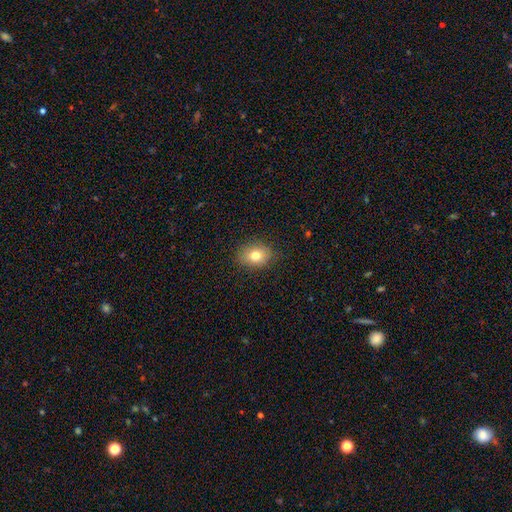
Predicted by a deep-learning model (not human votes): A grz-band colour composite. It shows a smooth galaxy with no disk features (78%) that is in between round and cigar-shaped (62%). Merging: none (85%).